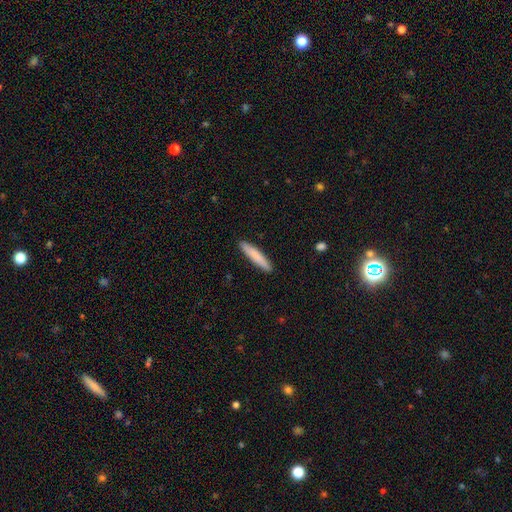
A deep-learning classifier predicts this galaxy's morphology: Overall: smooth (82%). How rounded: cigar-shaped (91%). Merging: none (91%).